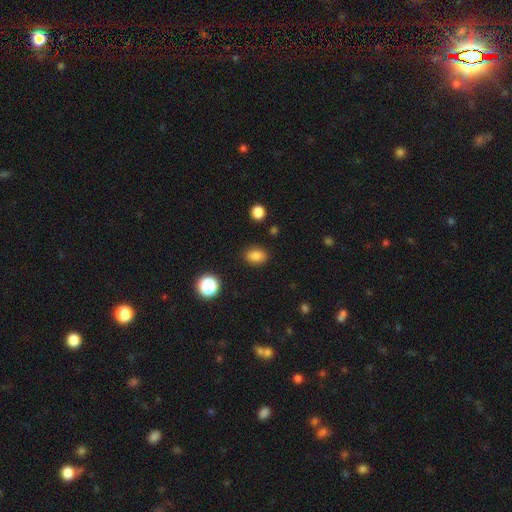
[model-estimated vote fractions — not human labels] smooth 83%, star or artifact 12%, featured or disk 5%. Down the decision tree: how rounded — in between (67%); merging — none (86%).